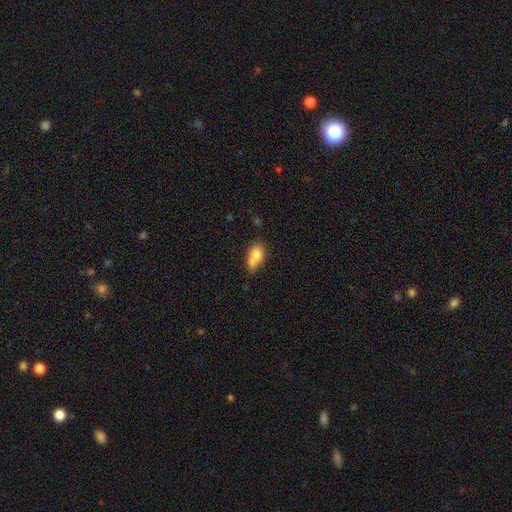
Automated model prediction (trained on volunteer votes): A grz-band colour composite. It shows a smooth galaxy with no disk features (73%) that is in between round and cigar-shaped (76%). Merging: merger (44%).